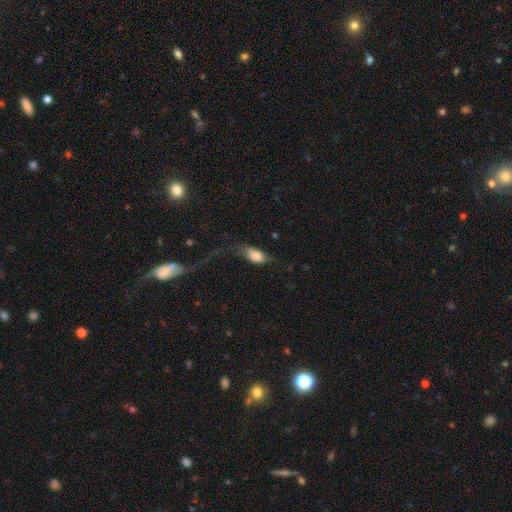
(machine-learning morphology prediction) Smooth or featured?
  - smooth: 75% *
  - featured or disk: 17%
  - star or artifact: 8%
How rounded?
  - in between: 87% *
  - cigar-shaped: 6%
  - round: 6%
Merging?
  - major disturbance: 43% *
  - none: 29%
  - minor disturbance: 21%
  - merger: 6%